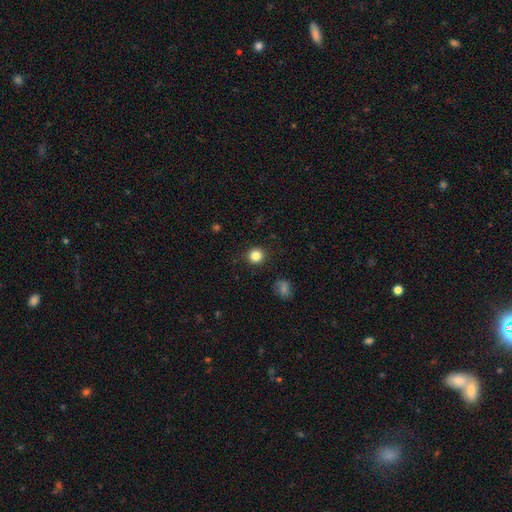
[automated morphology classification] This is clearly a smooth galaxy (84%). How rounded: clearly round (91%). Merging: clearly none (90%).